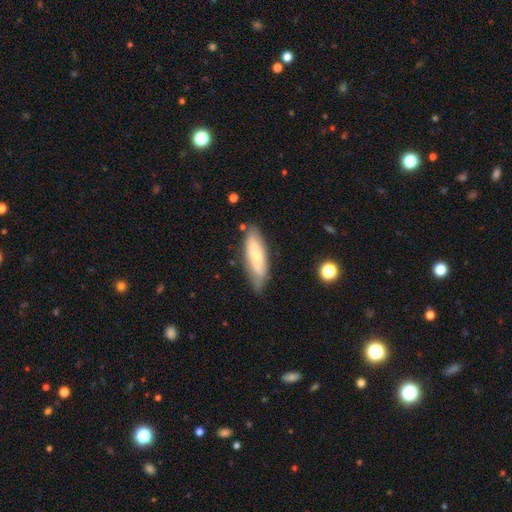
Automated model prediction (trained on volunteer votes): Smooth or featured? Predicted: smooth (p=0.60). How rounded? Predicted: cigar-shaped (p=0.55). Merging? Predicted: none (p=0.72).